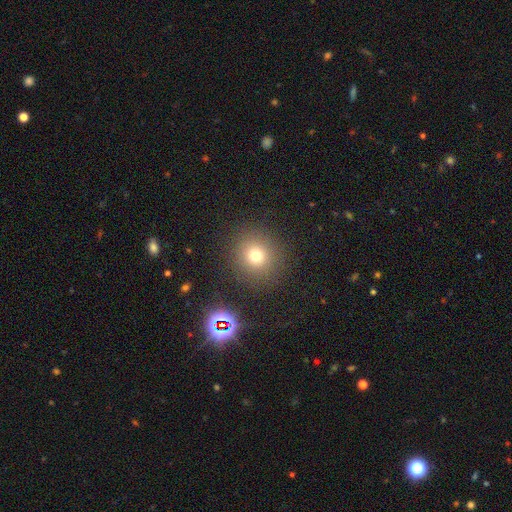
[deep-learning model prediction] Smooth or featured?
  - smooth: 72% *
  - star or artifact: 18%
  - featured or disk: 10%
How rounded?
  - round: 90% *
  - in between: 10%
  - cigar-shaped: 1%
Merging?
  - none: 87% *
  - minor disturbance: 7%
  - major disturbance: 4%
  - merger: 2%